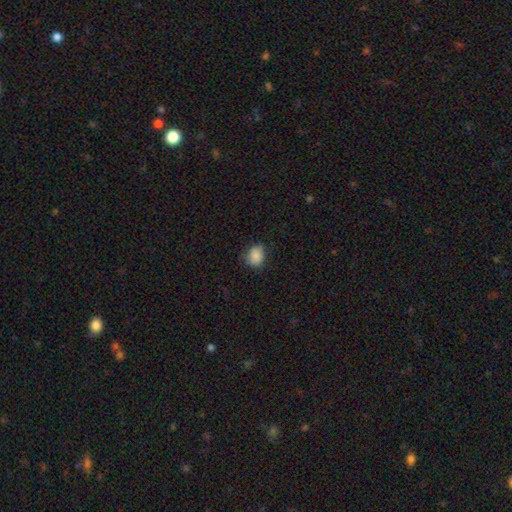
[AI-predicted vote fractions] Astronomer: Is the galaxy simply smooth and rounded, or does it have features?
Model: smooth — 86%.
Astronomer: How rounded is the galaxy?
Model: round — 60% (runner-up: in between, 39%).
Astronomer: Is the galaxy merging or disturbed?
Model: none — 75%.